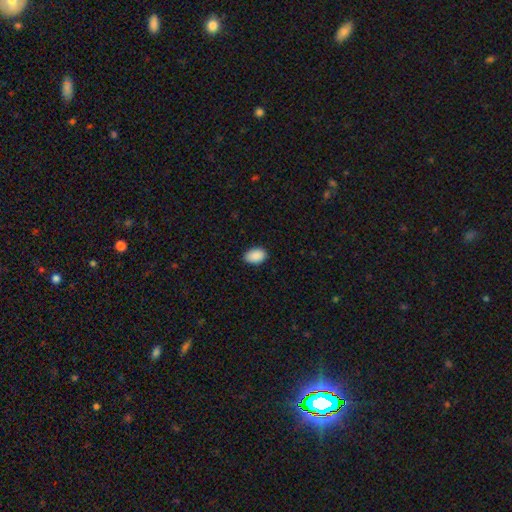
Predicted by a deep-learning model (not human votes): Smooth or featured?
  - smooth: 91% *
  - star or artifact: 7%
  - featured or disk: 2%
How rounded?
  - in between: 87% *
  - round: 12%
  - cigar-shaped: 1%
Merging?
  - none: 87% *
  - minor disturbance: 10%
  - major disturbance: 2%
  - merger: 1%